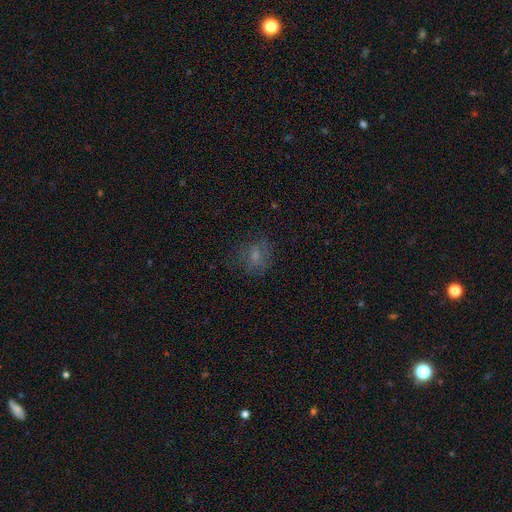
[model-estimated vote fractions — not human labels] Morphology: type=smooth (59%); roundness=round (58%); merging=none (65%).